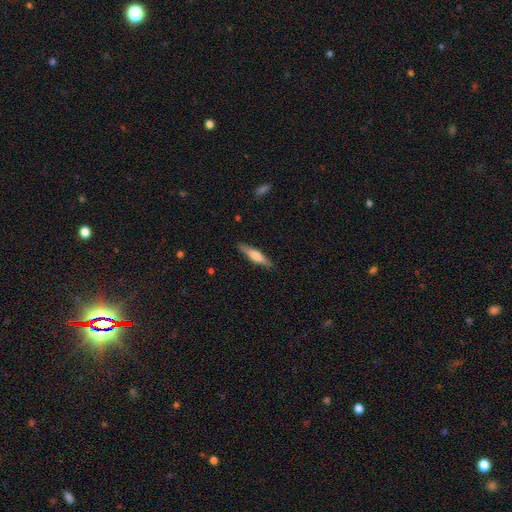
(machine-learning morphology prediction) Smooth or featured: featured or disk — 49% (smooth — 46%)
Merging: none — 88% (minor disturbance — 9%)